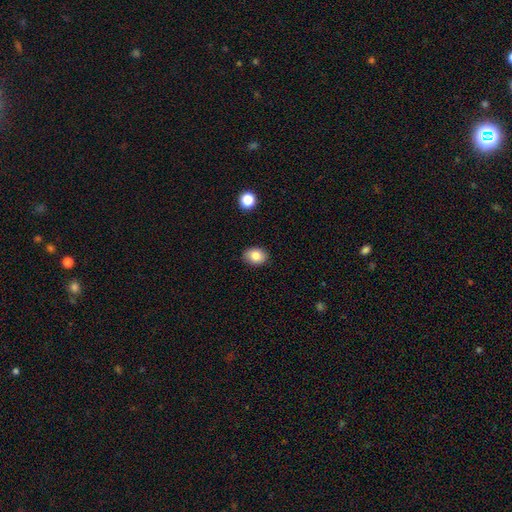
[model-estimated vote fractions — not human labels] This is clearly a smooth galaxy (84%). How rounded: possibly in between (59%). Merging: clearly none (87%).